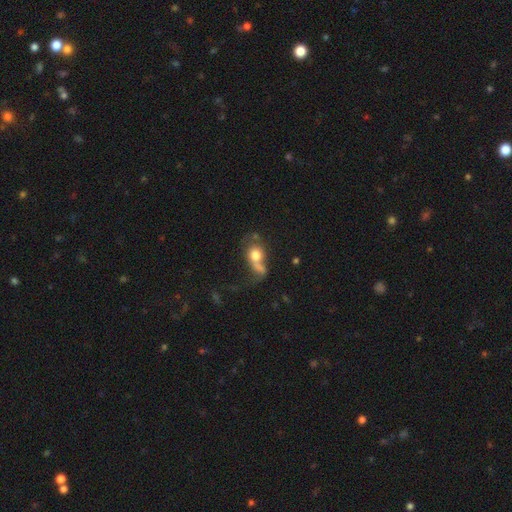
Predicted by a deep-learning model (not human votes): Morphology: type=smooth (65%); roundness=round (55%); merging=merger (44%).